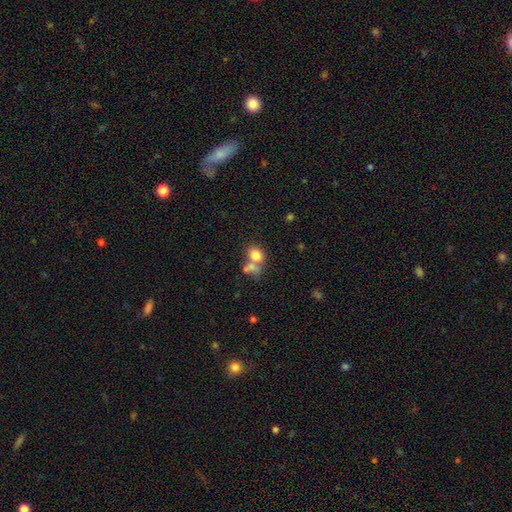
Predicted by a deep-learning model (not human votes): Smooth or featured? Predicted: smooth (p=0.78). How rounded? Predicted: in between (p=0.58). Merging? Predicted: merger (p=0.47).